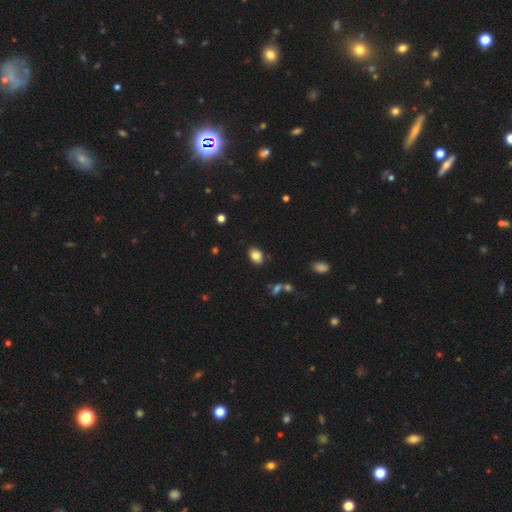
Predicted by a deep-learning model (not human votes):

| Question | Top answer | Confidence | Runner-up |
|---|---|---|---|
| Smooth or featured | smooth | 83% | star or artifact (10%) |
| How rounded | in between | 75% | round (23%) |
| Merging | none | 81% | minor disturbance (14%) |